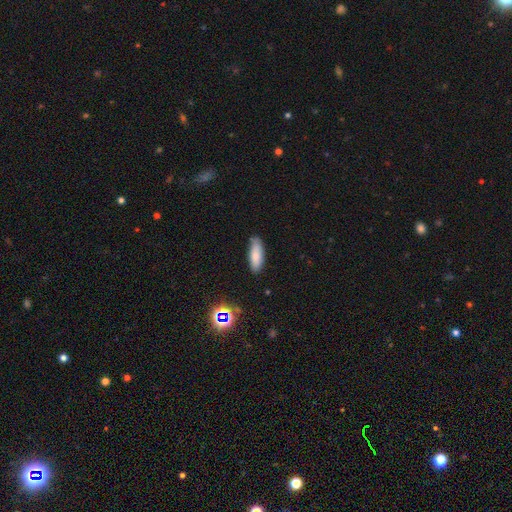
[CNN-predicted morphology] smooth 81%, featured or disk 10%, star or artifact 9%. Down the decision tree: how rounded — in between (62%); merging — none (78%).